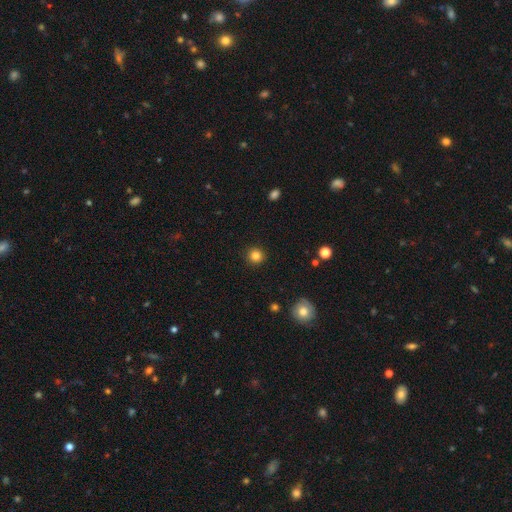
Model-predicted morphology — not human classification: Smooth or featured? Predicted: smooth (p=0.83). How rounded? Predicted: round (p=0.94). Merging? Predicted: none (p=0.92).